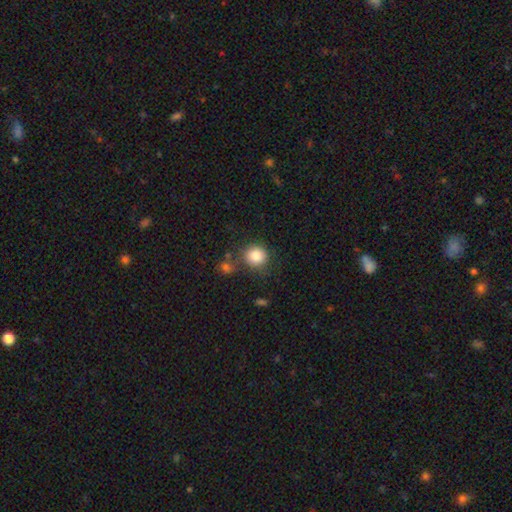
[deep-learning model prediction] A smooth galaxy with no disk features (84%) that is round (90%). Merging: none (74%).